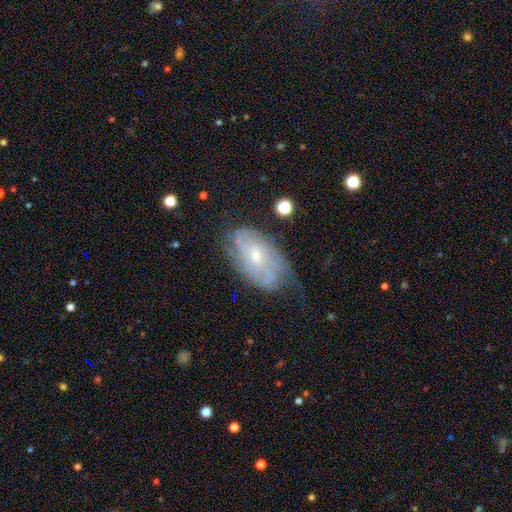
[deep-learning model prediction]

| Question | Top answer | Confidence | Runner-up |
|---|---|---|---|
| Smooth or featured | featured or disk | 71% | smooth (22%) |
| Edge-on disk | no | 94% | yes (6%) |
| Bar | no | 70% | weak (27%) |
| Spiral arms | yes | 86% | no (14%) |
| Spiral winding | tight | 54% | medium (32%) |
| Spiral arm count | can't tell | 50% | 2 (25%) |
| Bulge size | small | 58% | moderate (38%) |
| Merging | none | 56% | minor disturbance (29%) |